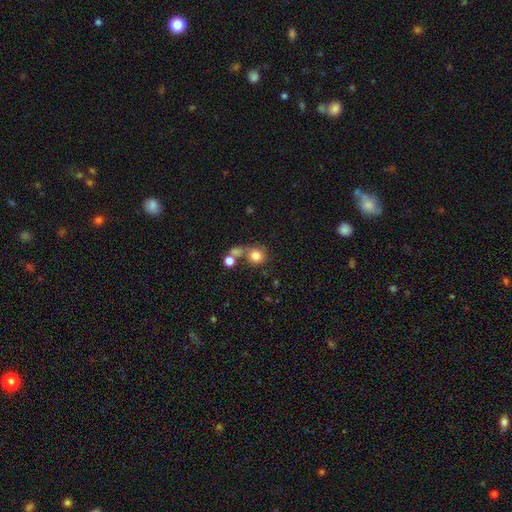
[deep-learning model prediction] smooth-or-featured: smooth: 78% | star or artifact: 12% | featured or disk: 10%
  how-rounded: round: 87% | in between: 12% | cigar-shaped: 1%
  merging: none: 51% | merger: 29% | minor disturbance: 12% | major disturbance: 8%